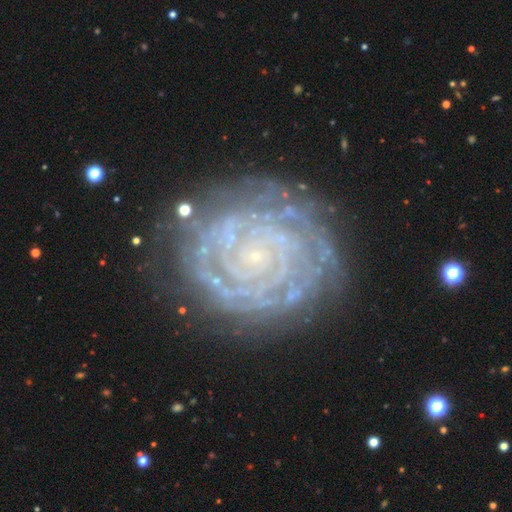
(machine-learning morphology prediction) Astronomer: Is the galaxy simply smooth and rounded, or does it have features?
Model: featured or disk — 86%.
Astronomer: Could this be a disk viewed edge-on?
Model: no — 98%.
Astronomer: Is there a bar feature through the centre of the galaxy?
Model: no — 78%.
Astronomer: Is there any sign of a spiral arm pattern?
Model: yes — 96%.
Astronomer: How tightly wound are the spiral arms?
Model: tight — 88%.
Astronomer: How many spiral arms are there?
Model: can't tell — 29% (runner-up: 2, 19%).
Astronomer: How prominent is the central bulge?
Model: small — 86%.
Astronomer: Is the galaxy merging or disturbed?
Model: none — 80%.